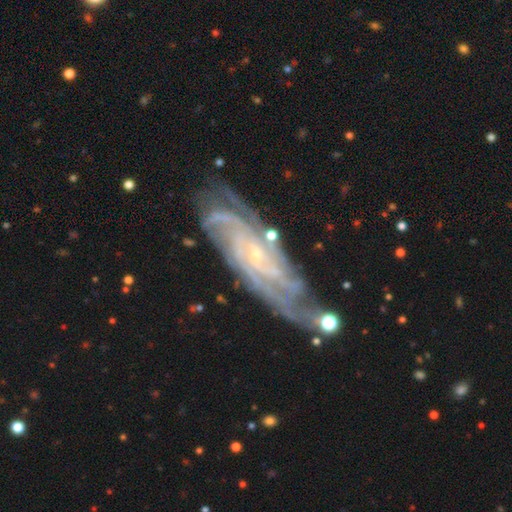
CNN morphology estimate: Smooth or featured? Predicted: featured or disk (p=0.89). Edge-on disk? Predicted: no (p=0.91). Bar? Predicted: no (p=0.59). Spiral arms? Predicted: yes (p=0.98). Spiral winding? Predicted: tight (p=0.68). Spiral arm count? Predicted: 4 (p=0.28). Bulge size? Predicted: small (p=0.83). Merging? Predicted: none (p=0.74).